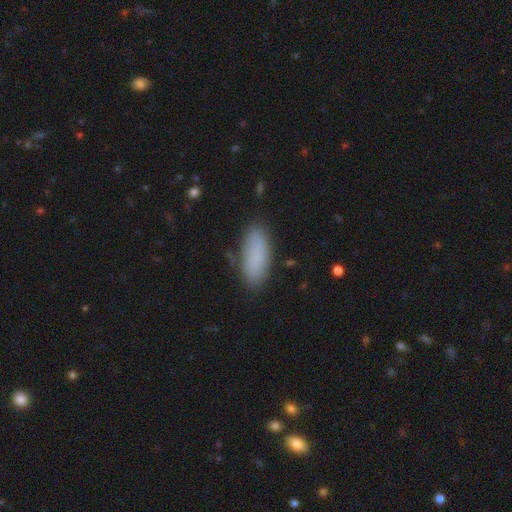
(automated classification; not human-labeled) Smooth or featured? Predicted: smooth (p=0.86). How rounded? Predicted: in between (p=0.76). Merging? Predicted: none (p=0.82).